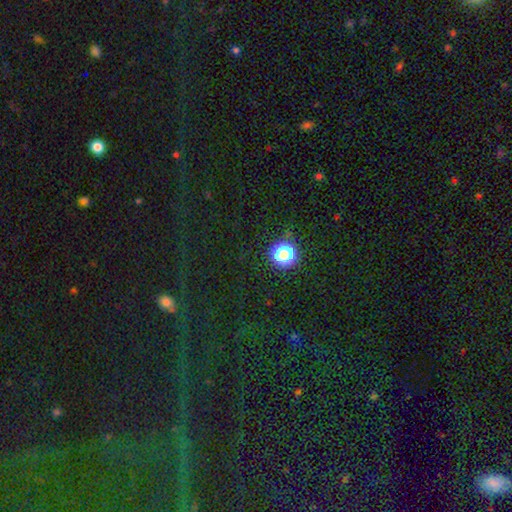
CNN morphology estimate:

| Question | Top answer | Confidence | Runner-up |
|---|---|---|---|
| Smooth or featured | star or artifact | 64% | smooth (30%) |